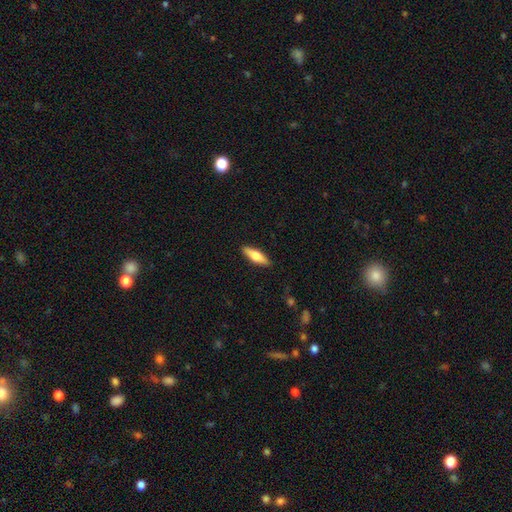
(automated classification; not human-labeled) This appears to be a smooth galaxy with no disk features (59%) that is cigar-shaped (55%). Merging: none (89%).